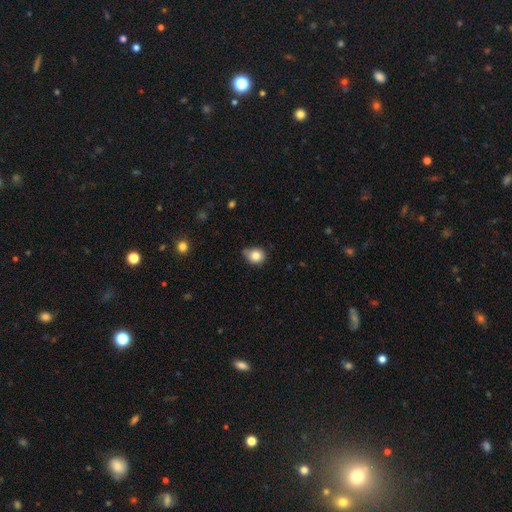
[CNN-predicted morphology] smooth 82%, star or artifact 10%, featured or disk 8%. Down the decision tree: how rounded — round (62%); merging — none (53%).